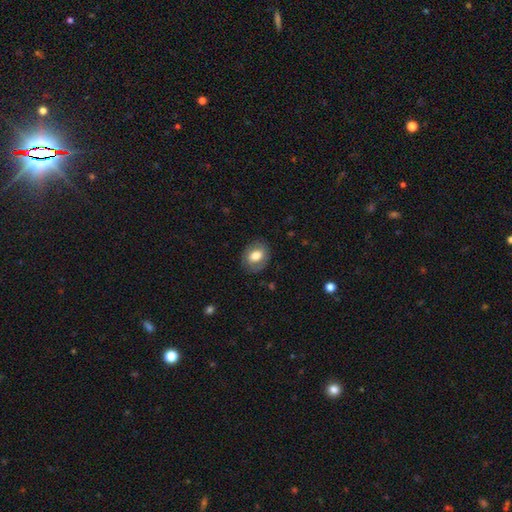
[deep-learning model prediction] Overall: smooth (68%). How rounded: in between (62%; round 37%). Merging: none (80%).